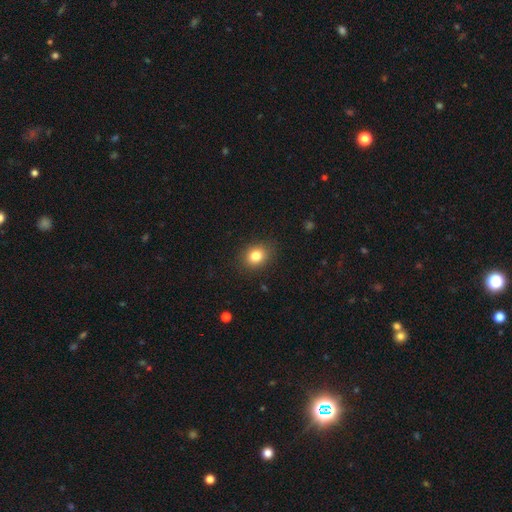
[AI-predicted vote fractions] A smooth galaxy with no disk features (82%) that is round (55%). Merging: none (88%).